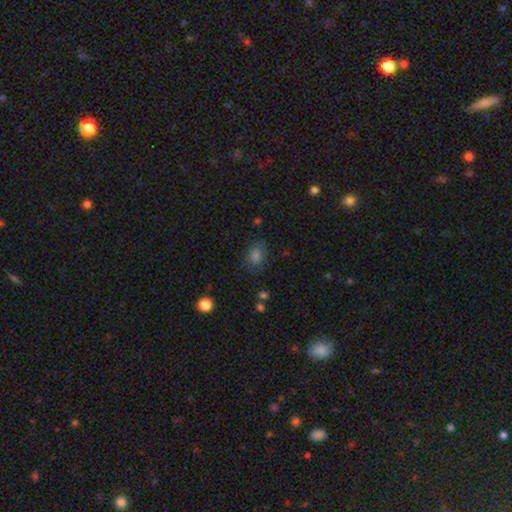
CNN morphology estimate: Smooth or featured?
  - smooth: 71% *
  - star or artifact: 19%
  - featured or disk: 10%
How rounded?
  - in between: 67% *
  - round: 31%
  - cigar-shaped: 2%
Merging?
  - none: 76% *
  - minor disturbance: 17%
  - major disturbance: 5%
  - merger: 2%